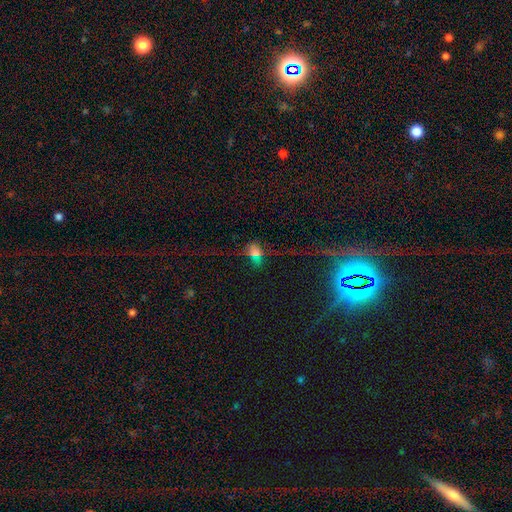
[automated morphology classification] type=smooth (42%); merging=none (47%).